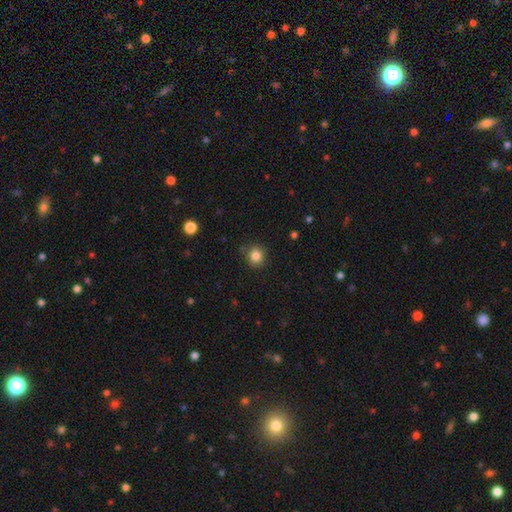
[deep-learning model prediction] Smooth or featured? smooth (84%)
How rounded? round (88%)
Merging? none (87%)